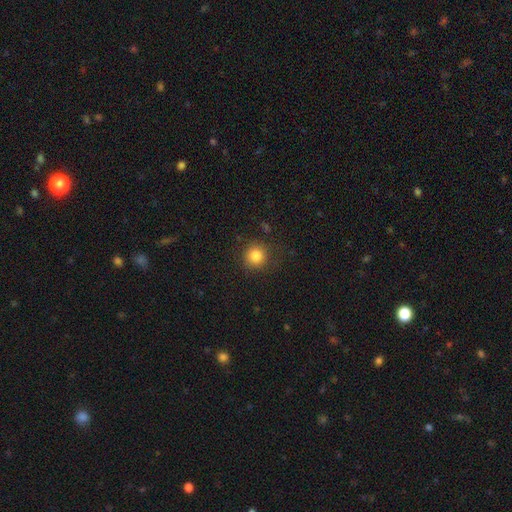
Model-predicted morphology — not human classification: This appears to be a smooth galaxy with no disk features (83%) that is round (91%). Merging: none (84%).